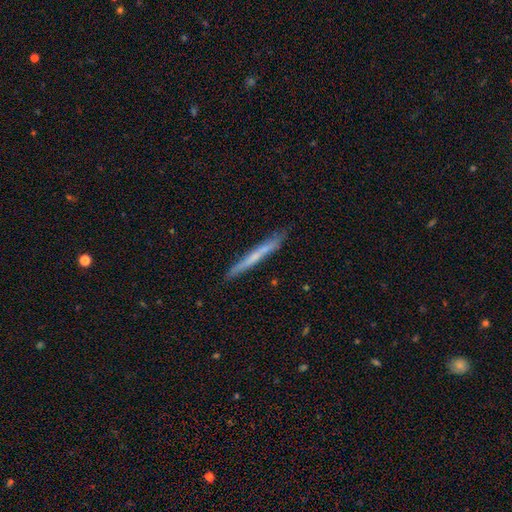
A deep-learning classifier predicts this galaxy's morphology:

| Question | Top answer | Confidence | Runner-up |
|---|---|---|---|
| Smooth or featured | smooth | 48% | featured or disk (46%) |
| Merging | none | 86% | minor disturbance (10%) |